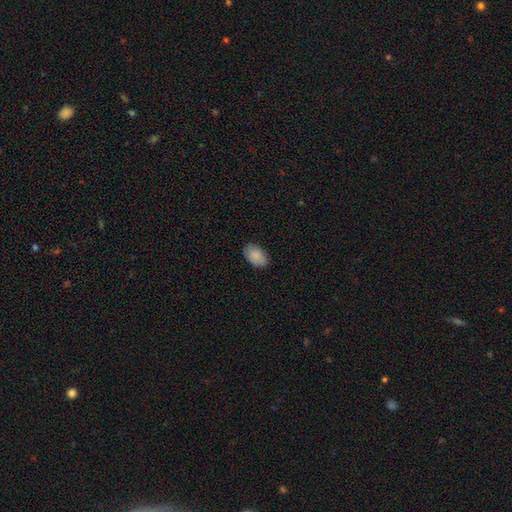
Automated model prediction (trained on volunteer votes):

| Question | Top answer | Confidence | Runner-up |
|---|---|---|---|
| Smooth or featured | smooth | 89% | star or artifact (6%) |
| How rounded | in between | 93% | round (6%) |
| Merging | none | 85% | minor disturbance (12%) |